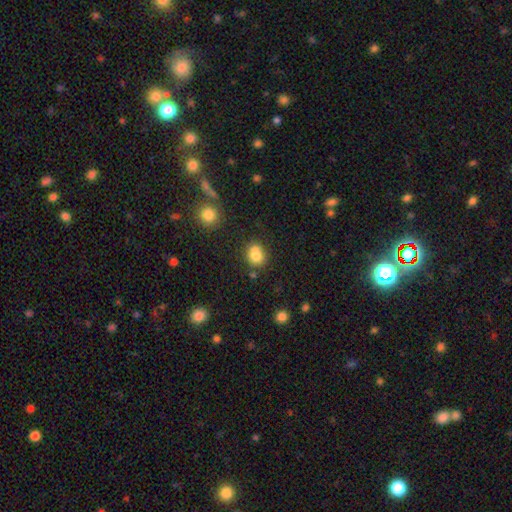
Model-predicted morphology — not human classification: Q: Smooth or featured?
A: smooth (78%); runner-up: star or artifact (11%)
Q: How rounded?
A: round (66%); runner-up: in between (33%)
Q: Merging?
A: none (53%); runner-up: merger (29%)